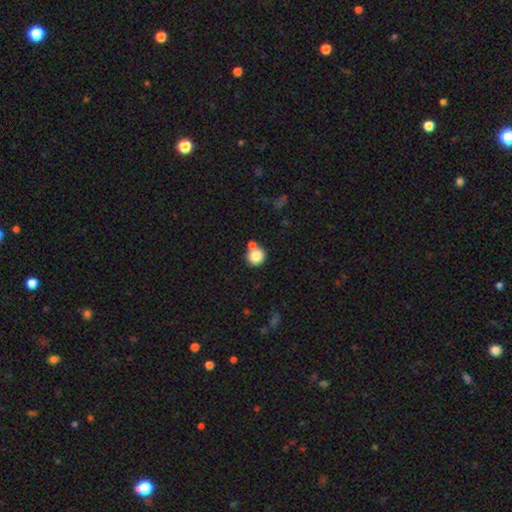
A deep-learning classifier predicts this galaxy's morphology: Smooth or featured: smooth — 83% (star or artifact — 9%)
How rounded: round — 92% (in between — 7%)
Merging: none — 64% (merger — 25%)